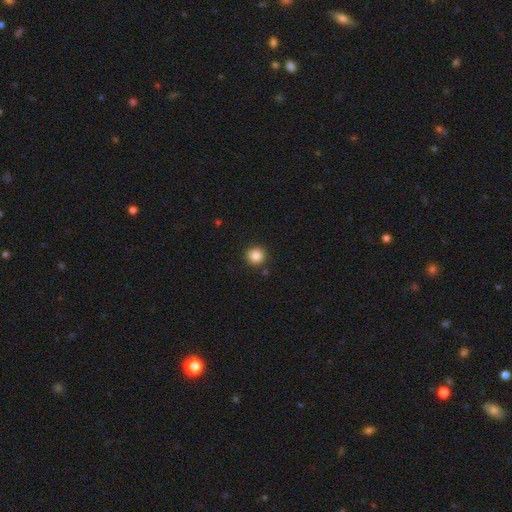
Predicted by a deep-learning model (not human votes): smooth_or_featured: smooth (p=0.86) [alt: star or artifact p=0.10]
how_rounded: round (p=0.94) [alt: in between p=0.05]
merging: none (p=0.90) [alt: minor disturbance p=0.06]